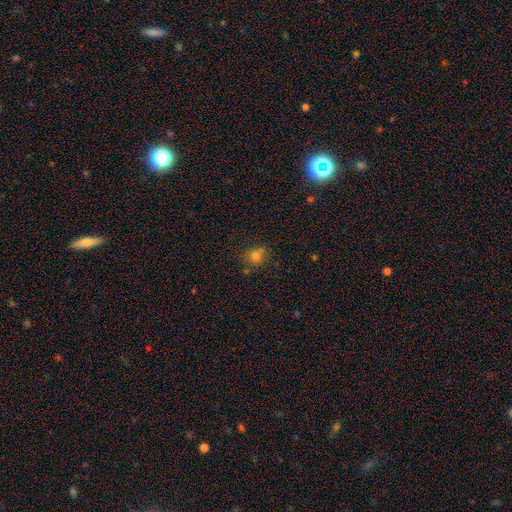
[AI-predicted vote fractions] smooth 74%, star or artifact 16%, featured or disk 10%. Down the decision tree: how rounded — round (81%); merging — none (66%).